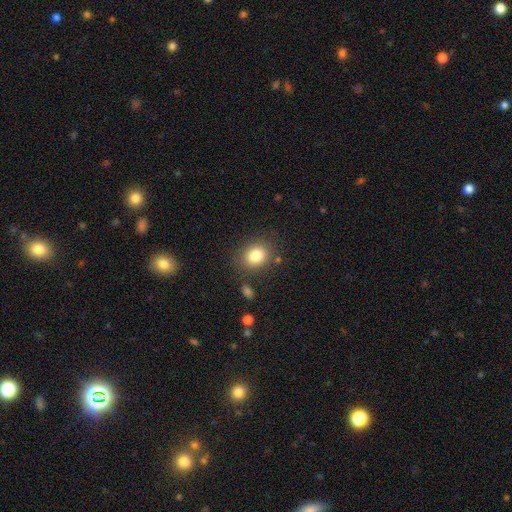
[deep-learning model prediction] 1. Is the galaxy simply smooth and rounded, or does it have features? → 83% smooth, 10% star or artifact, 7% featured or disk.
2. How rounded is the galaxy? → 54% round, 45% in between, 1% cigar-shaped.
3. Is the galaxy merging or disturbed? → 82% none, 11% minor disturbance, 4% major disturbance, 4% merger.